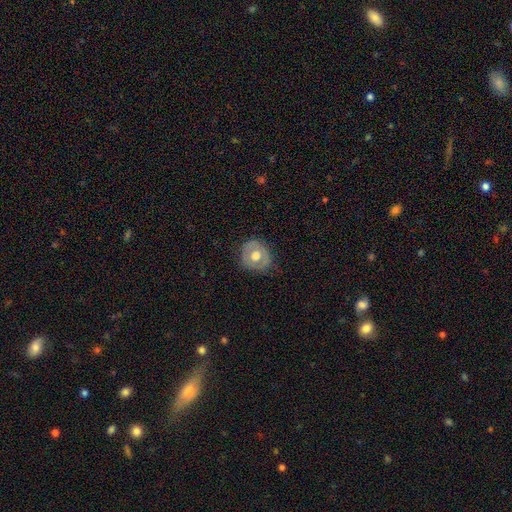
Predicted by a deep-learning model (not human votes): smooth-or-featured: smooth: 51% | featured or disk: 42% | star or artifact: 7%
  how-rounded: round: 78% | in between: 21% | cigar-shaped: 1%
  merging: none: 80% | minor disturbance: 15% | major disturbance: 4% | merger: 1%